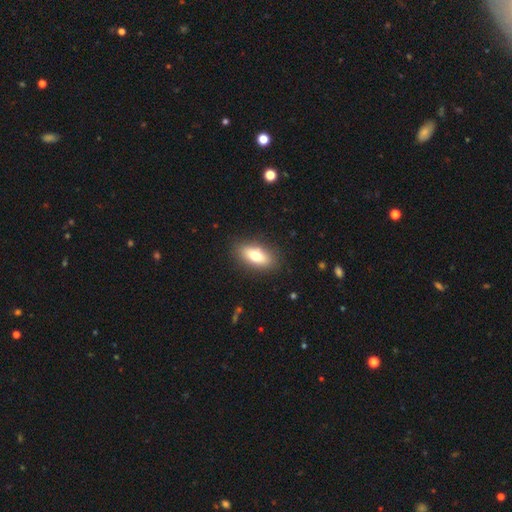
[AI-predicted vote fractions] smooth_or_featured: smooth (p=0.72) [alt: featured or disk p=0.20]
how_rounded: in between (p=0.81) [alt: cigar-shaped p=0.14]
merging: none (p=0.87) [alt: minor disturbance p=0.09]